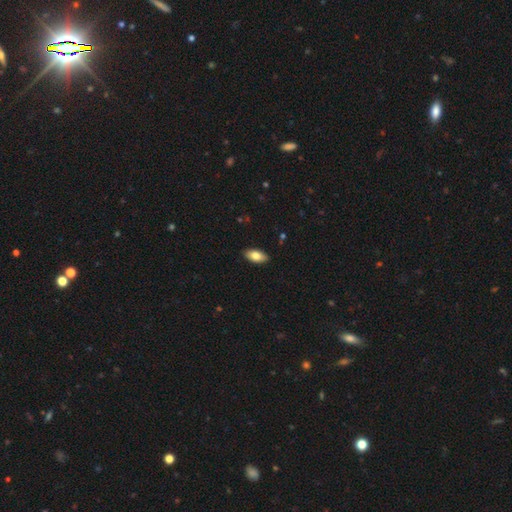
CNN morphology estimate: Smooth or featured? Predicted: smooth (p=0.81). How rounded? Predicted: in between (p=0.92). Merging? Predicted: none (p=0.88).